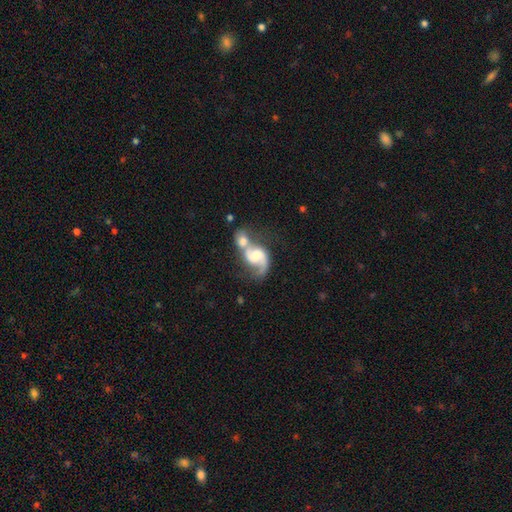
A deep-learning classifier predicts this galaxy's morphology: smooth-or-featured: featured or disk: 77% | smooth: 17% | star or artifact: 6%
  disk-edge-on: no: 97% | yes: 3%
    bar: no: 46% | weak: 40% | strong: 13%
    has-spiral-arms: yes: 92% | no: 8%
      spiral-winding: loose: 53% | medium: 37% | tight: 9%
      spiral-arm-count: 2: 70% | 1: 23% | can't tell: 4% | 3: 1% | 4: 1% | more than 4: 1%
    bulge-size: moderate: 35% | small: 22% | large: 21% | none: 18% | dominant: 4%
  merging: merger: 67% | none: 16% | major disturbance: 10% | minor disturbance: 7%